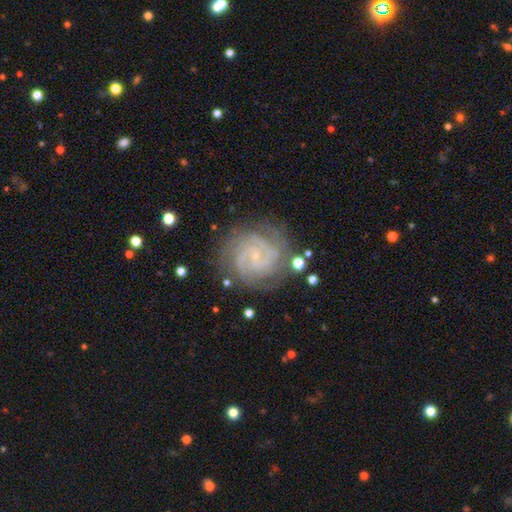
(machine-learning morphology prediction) Overall: featured or disk (85%). Edge-on disk: no (98%). Bar: no (52%; weak 38%). Spiral arms: yes (98%). Spiral arm count: 2 (39%; 3 22%). Spiral winding: tight (67%; medium 28%). Bulge size: small (83%). Merging: none (79%).